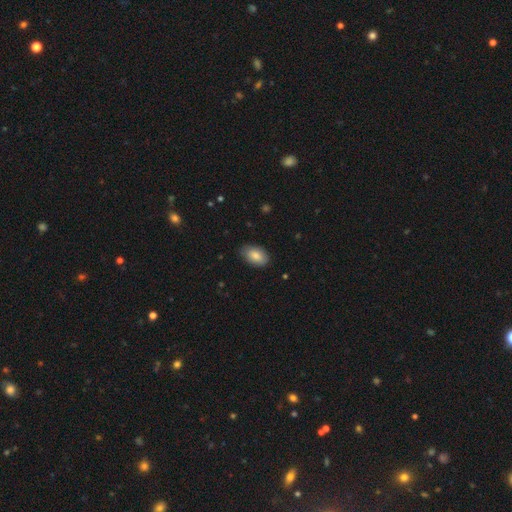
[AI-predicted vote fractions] This appears to be a smooth galaxy with no disk features (84%) that is in between round and cigar-shaped (92%). Merging: none (80%).